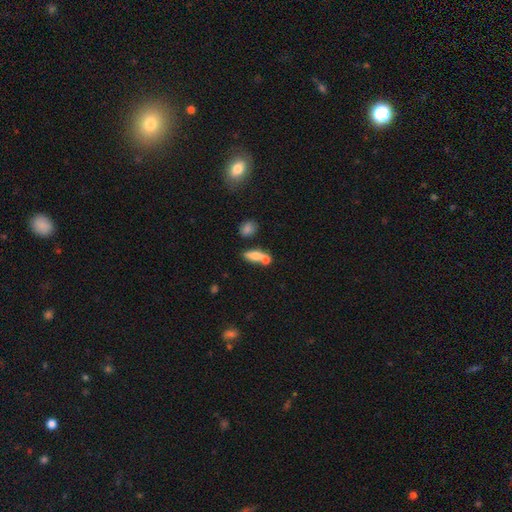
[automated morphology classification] Smooth or featured: smooth — 71% (featured or disk — 20%)
How rounded: in between — 66% (cigar-shaped — 25%)
Merging: merger — 46% (none — 37%)